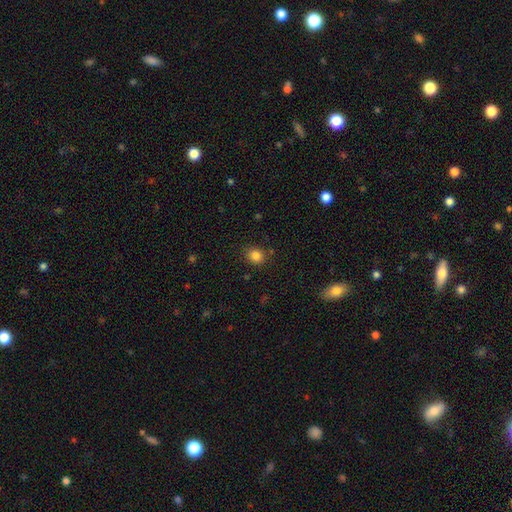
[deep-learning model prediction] smooth_or_featured: smooth (p=0.84) [alt: star or artifact p=0.12]
how_rounded: round (p=0.72) [alt: in between p=0.28]
merging: none (p=0.83) [alt: minor disturbance p=0.11]